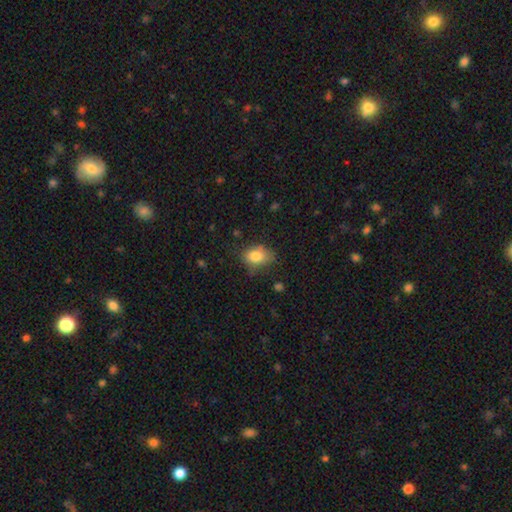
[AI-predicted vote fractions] Smooth or featured? Predicted: smooth (p=0.80). How rounded? Predicted: in between (p=0.67). Merging? Predicted: none (p=0.63).